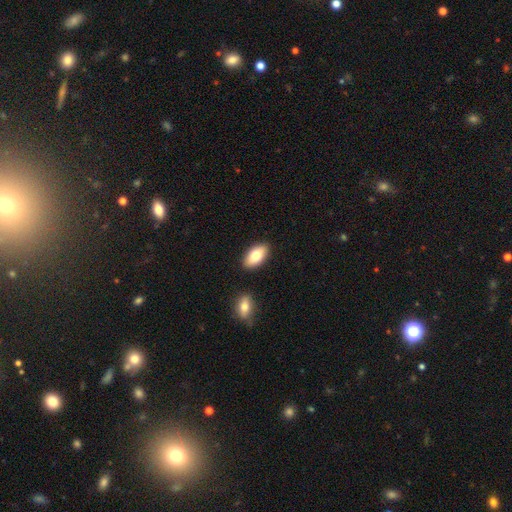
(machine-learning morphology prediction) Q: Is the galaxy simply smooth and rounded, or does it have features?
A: smooth — 79%.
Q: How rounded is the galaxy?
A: in between — 92%.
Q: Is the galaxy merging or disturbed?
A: none — 85%.